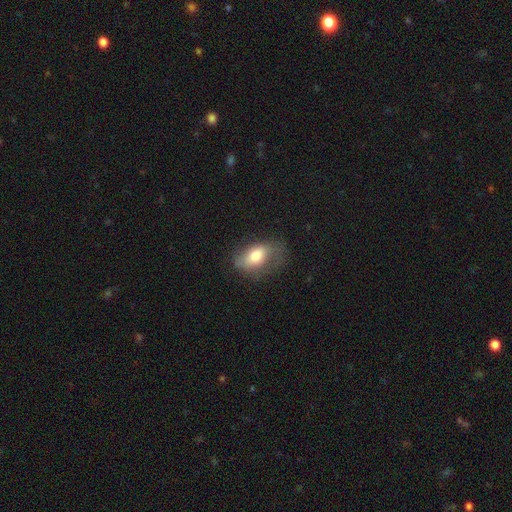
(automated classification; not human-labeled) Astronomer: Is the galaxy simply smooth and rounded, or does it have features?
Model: smooth — 67%.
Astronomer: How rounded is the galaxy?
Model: in between — 88%.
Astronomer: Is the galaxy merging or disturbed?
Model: none — 51% (runner-up: minor disturbance, 29%).